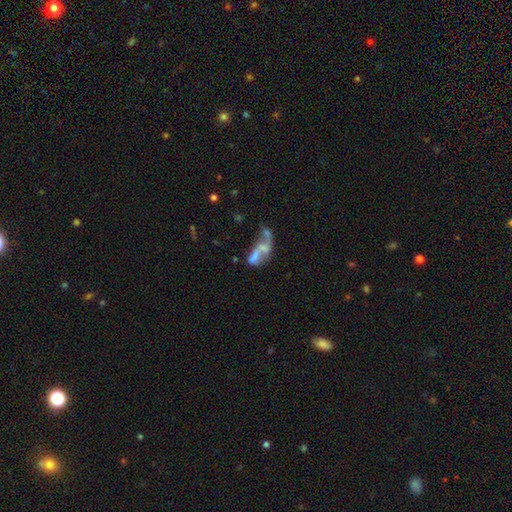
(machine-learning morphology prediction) Smooth or featured: featured or disk — 52% (smooth — 35%)
Edge-on disk: no — 96% (yes — 4%)
Bar: no — 73% (weak — 18%)
Spiral arms: no — 68% (yes — 32%)
Bulge size: none — 60% (small — 21%)
Merging: merger — 44% (major disturbance — 27%)